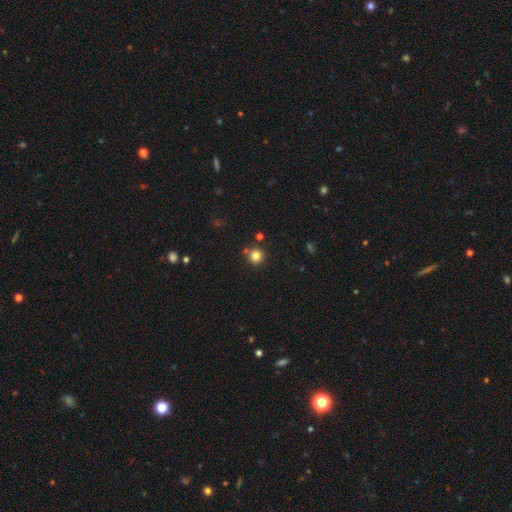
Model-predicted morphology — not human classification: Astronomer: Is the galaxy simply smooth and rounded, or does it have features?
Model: smooth — 83%.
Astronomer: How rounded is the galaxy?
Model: round — 95%.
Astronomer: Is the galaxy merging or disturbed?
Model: none — 83%.